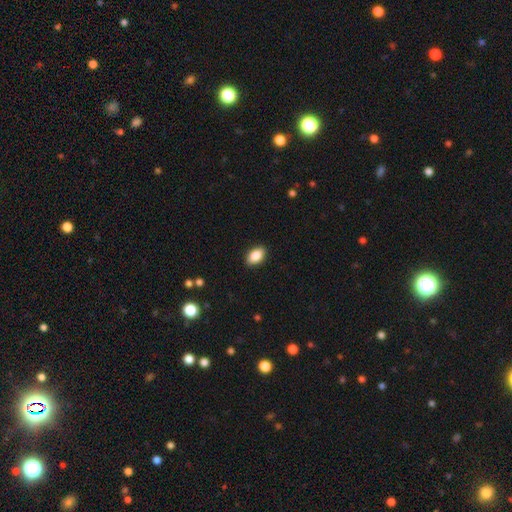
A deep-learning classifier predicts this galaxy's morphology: Smooth or featured?
  - smooth: 86% *
  - star or artifact: 7%
  - featured or disk: 6%
How rounded?
  - in between: 91% *
  - round: 7%
  - cigar-shaped: 2%
Merging?
  - none: 89% *
  - minor disturbance: 8%
  - major disturbance: 2%
  - merger: 1%